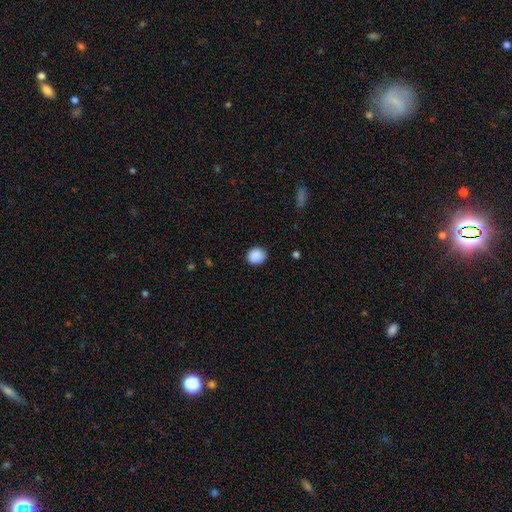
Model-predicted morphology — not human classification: This is clearly a smooth galaxy (89%). How rounded: likely round (76%). Merging: clearly none (88%).